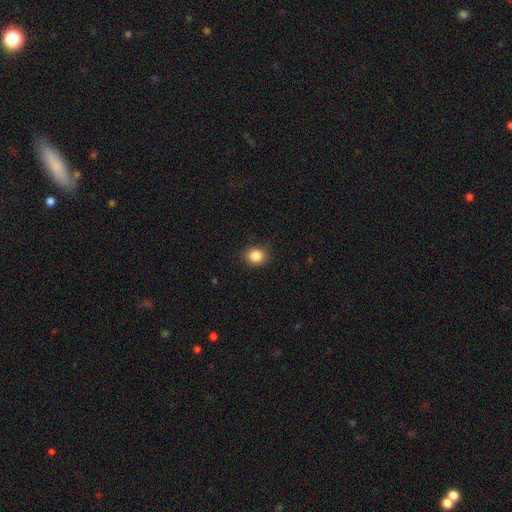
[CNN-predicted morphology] smooth-or-featured: smooth: 86% | star or artifact: 10% | featured or disk: 4%
  how-rounded: round: 75% | in between: 24% | cigar-shaped: 1%
  merging: none: 90% | minor disturbance: 7% | major disturbance: 2% | merger: 1%